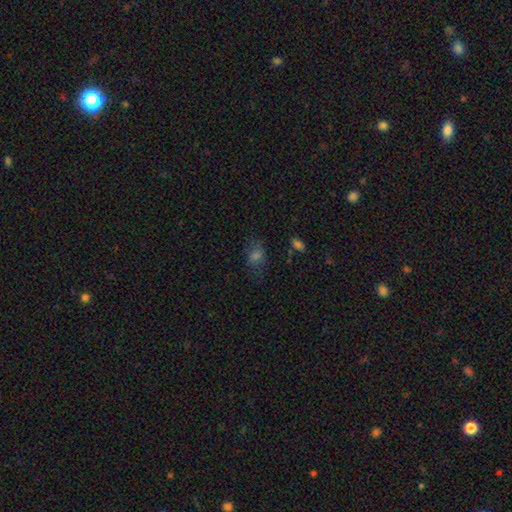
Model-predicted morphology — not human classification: A smooth galaxy with no disk features (60%) that is in between round and cigar-shaped (72%).

Vote fractions:
- Smooth or featured? smooth: 60% / star or artifact: 25% / featured or disk: 15%
- How rounded? in between: 72% / round: 25% / cigar-shaped: 3%
- Merging? none: 67% / minor disturbance: 20% / major disturbance: 10% / merger: 3%